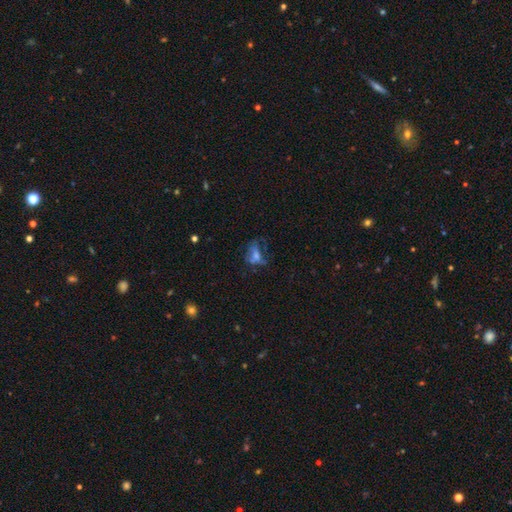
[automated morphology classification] featured or disk 40%, smooth 35%, star or artifact 25%. Down the decision tree: merging — none (40%).